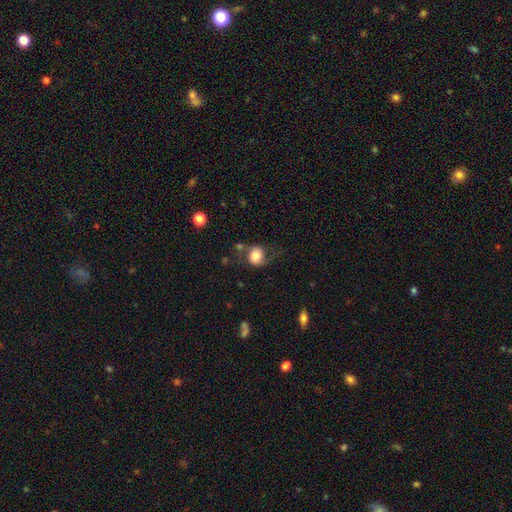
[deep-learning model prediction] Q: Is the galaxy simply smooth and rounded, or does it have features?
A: smooth — 65%.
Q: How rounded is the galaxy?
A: round — 67%.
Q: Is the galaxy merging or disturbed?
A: none — 50%.